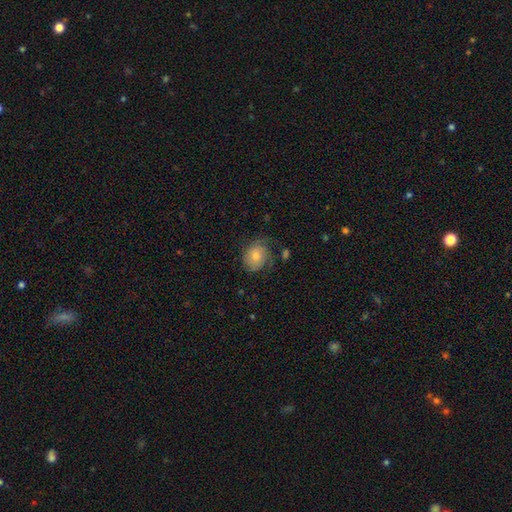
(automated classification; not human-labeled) Smooth or featured?
  - smooth: 63% *
  - featured or disk: 29%
  - star or artifact: 8%
How rounded?
  - round: 65% *
  - in between: 34%
  - cigar-shaped: 1%
Merging?
  - none: 53% *
  - minor disturbance: 28%
  - major disturbance: 16%
  - merger: 3%